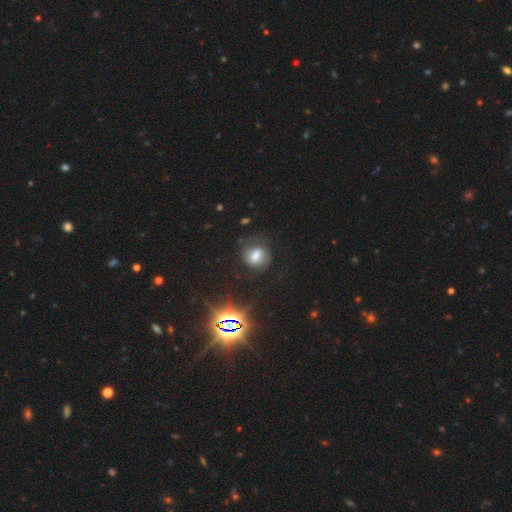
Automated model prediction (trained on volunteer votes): smooth-or-featured: smooth: 62% | star or artifact: 20% | featured or disk: 19%
  how-rounded: round: 55% | in between: 43% | cigar-shaped: 2%
  merging: none: 65% | minor disturbance: 20% | major disturbance: 12% | merger: 3%